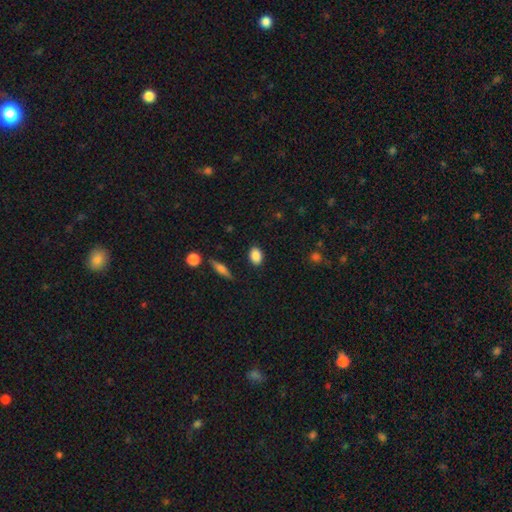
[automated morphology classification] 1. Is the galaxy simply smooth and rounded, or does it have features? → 87% smooth, 8% star or artifact, 5% featured or disk.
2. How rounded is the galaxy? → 75% in between, 23% round, 2% cigar-shaped.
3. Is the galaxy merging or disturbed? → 87% none, 9% minor disturbance, 3% major disturbance, 2% merger.